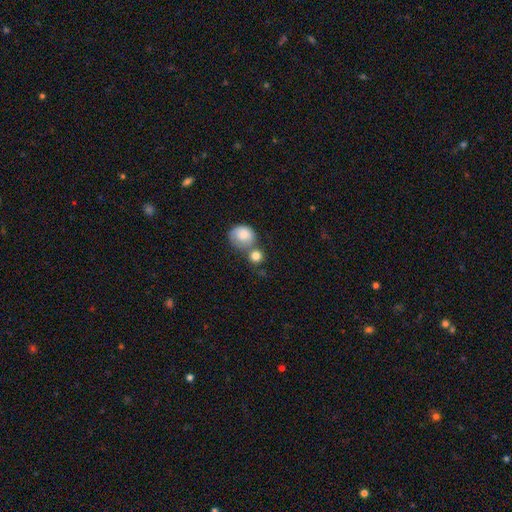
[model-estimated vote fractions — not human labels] This is clearly a smooth galaxy (81%). How rounded: clearly round (84%). Merging: marginally none (44%).